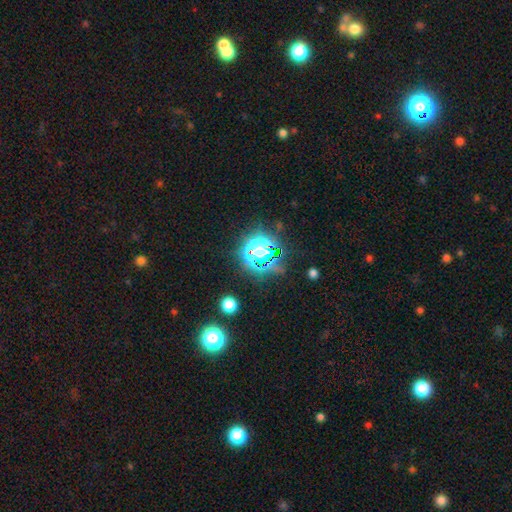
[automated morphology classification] Q: Smooth or featured?
A: star or artifact (74%); runner-up: smooth (17%)